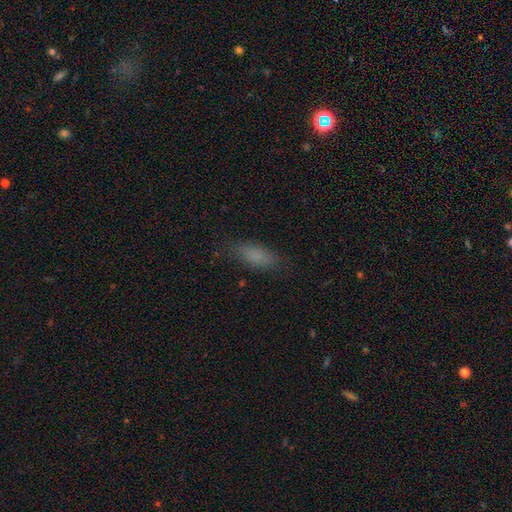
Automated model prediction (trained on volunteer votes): A smooth galaxy with no disk features (81%) that is in between round and cigar-shaped (65%).

Vote fractions:
- Smooth or featured? smooth: 81% / star or artifact: 10% / featured or disk: 9%
- How rounded? in between: 65% / cigar-shaped: 32% / round: 3%
- Merging? none: 80% / minor disturbance: 14% / major disturbance: 5% / merger: 1%